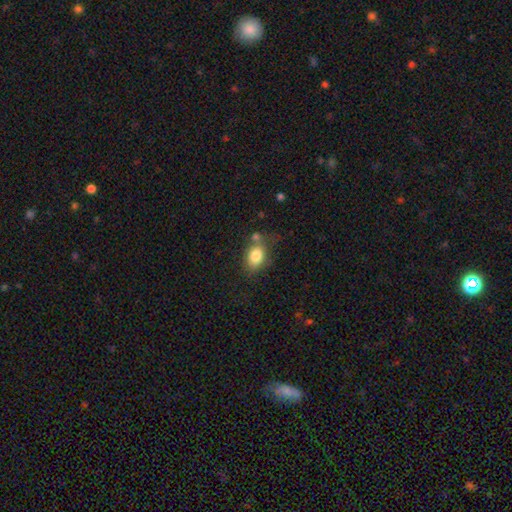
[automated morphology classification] A smooth galaxy with no disk features (82%) that is in between round and cigar-shaped (72%).

Vote fractions:
- Smooth or featured? smooth: 82% / featured or disk: 10% / star or artifact: 9%
- How rounded? in between: 72% / round: 27% / cigar-shaped: 1%
- Merging? none: 58% / minor disturbance: 21% / merger: 13% / major disturbance: 8%